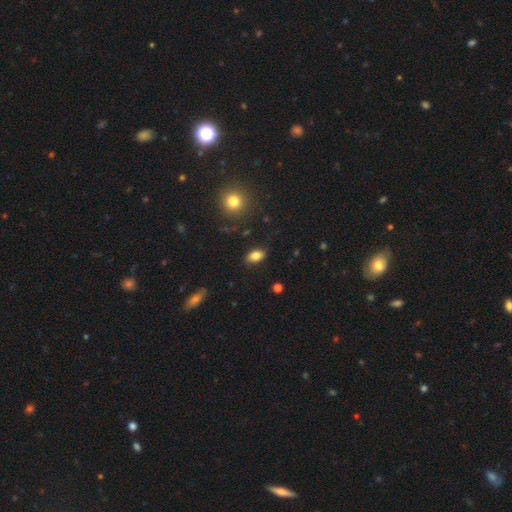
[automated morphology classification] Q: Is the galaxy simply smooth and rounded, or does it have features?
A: smooth — 84%.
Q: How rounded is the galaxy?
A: in between — 88%.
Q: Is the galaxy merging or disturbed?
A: none — 85%.